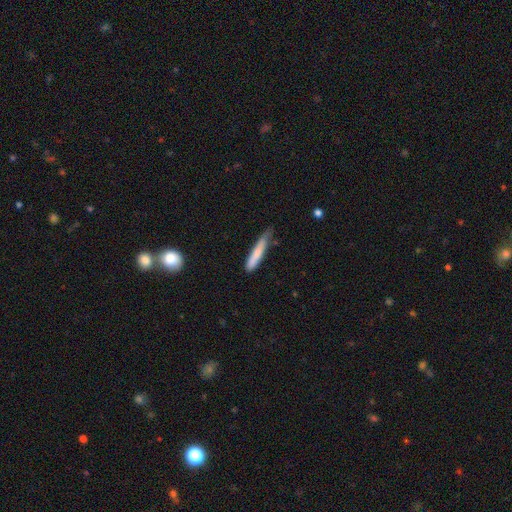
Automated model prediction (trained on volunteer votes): Smooth or featured?
  - smooth: 77% *
  - featured or disk: 17%
  - star or artifact: 6%
How rounded?
  - cigar-shaped: 92% *
  - in between: 7%
  - round: 1%
Merging?
  - none: 55% *
  - minor disturbance: 35%
  - major disturbance: 7%
  - merger: 3%